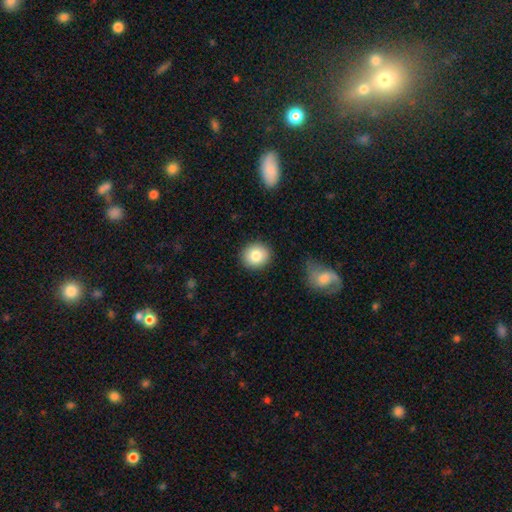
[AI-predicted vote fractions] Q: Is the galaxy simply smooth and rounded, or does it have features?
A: smooth — 83%.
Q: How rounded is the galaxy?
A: round — 85%.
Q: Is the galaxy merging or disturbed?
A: none — 89%.